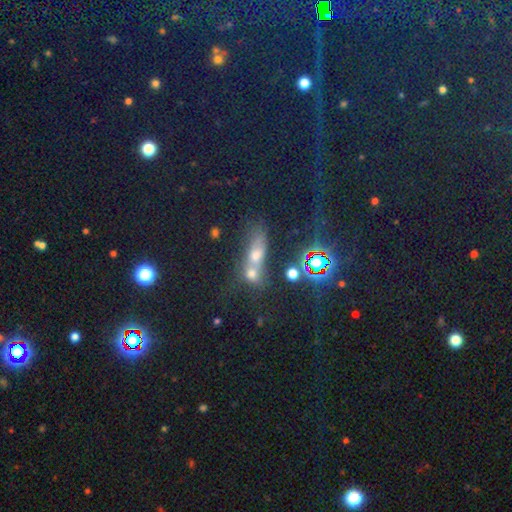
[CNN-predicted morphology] Smooth or featured? Predicted: smooth (p=0.46). Merging? Predicted: merger (p=0.60).